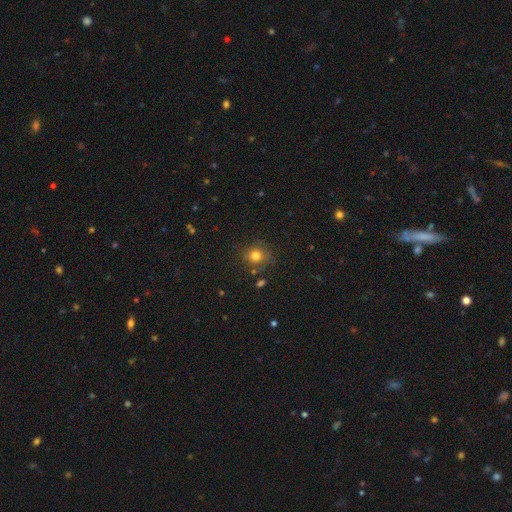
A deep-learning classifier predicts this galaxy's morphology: smooth_or_featured: smooth (p=0.77) [alt: star or artifact p=0.13]
how_rounded: round (p=0.83) [alt: in between p=0.16]
merging: none (p=0.75) [alt: minor disturbance p=0.15]